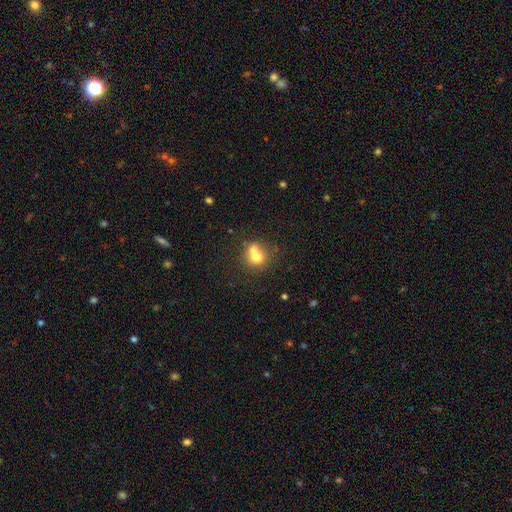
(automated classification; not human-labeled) This appears to be a smooth galaxy with no disk features (67%) that is round (77%). Merging: merger (58%).